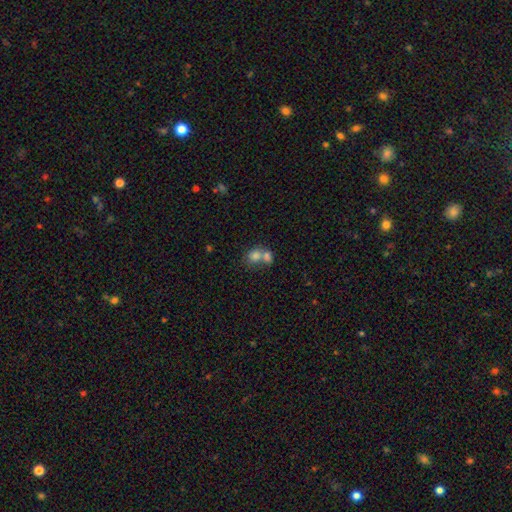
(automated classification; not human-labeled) Smooth or featured? Predicted: smooth (p=0.75). How rounded? Predicted: round (p=0.54). Merging? Predicted: merger (p=0.64).